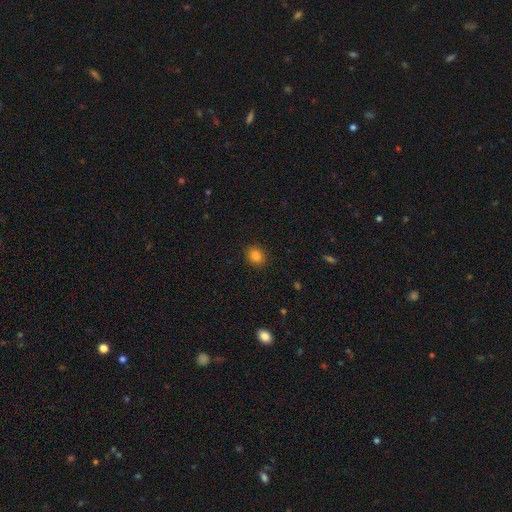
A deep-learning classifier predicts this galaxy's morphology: Smooth or featured? smooth (84%)
How rounded? round (61%)
Merging? none (89%)